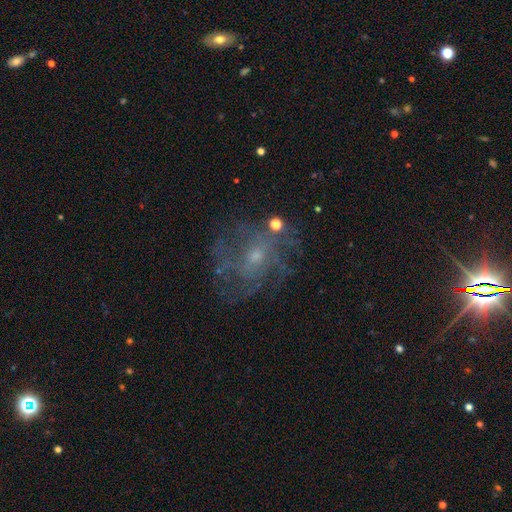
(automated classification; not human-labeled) smooth-or-featured: featured or disk: 66% | star or artifact: 19% | smooth: 15%
  disk-edge-on: no: 97% | yes: 3%
    bar: no: 71% | weak: 25% | strong: 4%
    has-spiral-arms: yes: 74% | no: 26%
    bulge-size: small: 66% | moderate: 27% | none: 5% | large: 2% | dominant: 1%
  merging: none: 65% | minor disturbance: 16% | major disturbance: 16% | merger: 3%